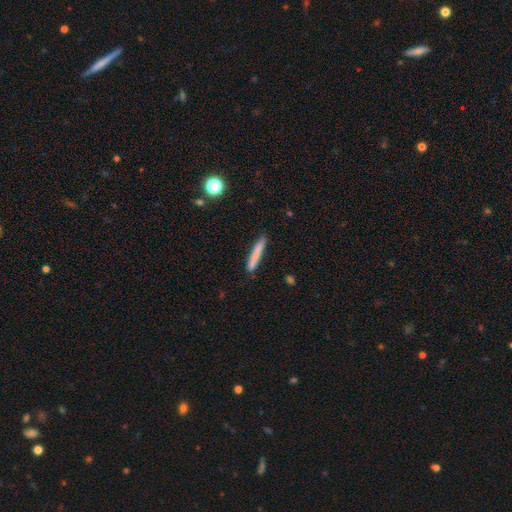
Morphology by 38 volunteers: A smooth galaxy with no disk features (79%) that is cigar-shaped (93%). Merging: none (84%).